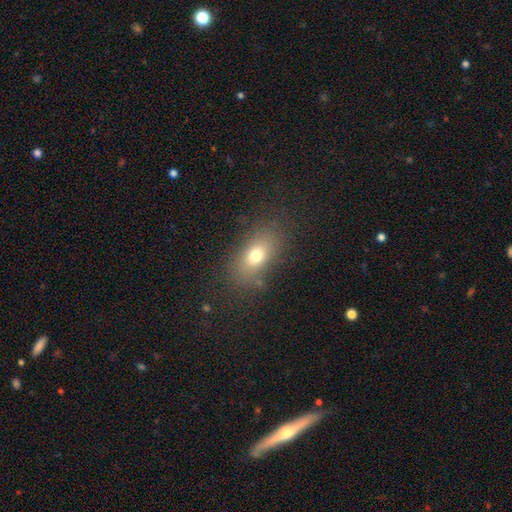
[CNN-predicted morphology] Smooth or featured? smooth (72%)
How rounded? in between (80%)
Merging? none (80%)